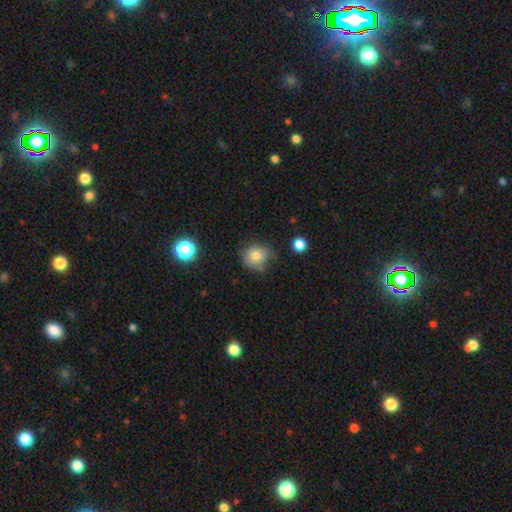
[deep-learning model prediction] Smooth or featured?
  - smooth: 78% *
  - featured or disk: 11%
  - star or artifact: 11%
How rounded?
  - round: 77% *
  - in between: 22%
  - cigar-shaped: 1%
Merging?
  - none: 59% *
  - minor disturbance: 29%
  - major disturbance: 9%
  - merger: 3%